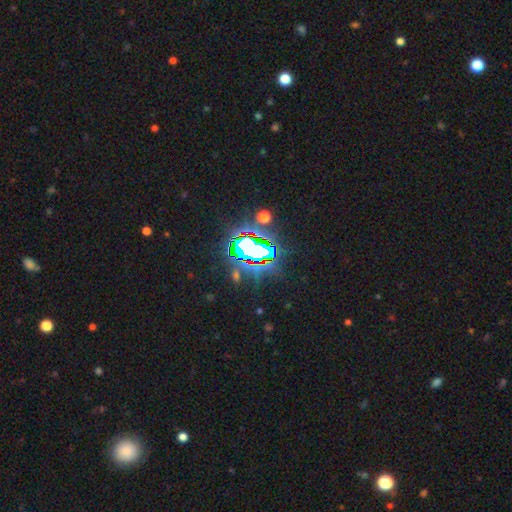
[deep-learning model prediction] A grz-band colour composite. It shows a star or artifact, not a galaxy (82%).